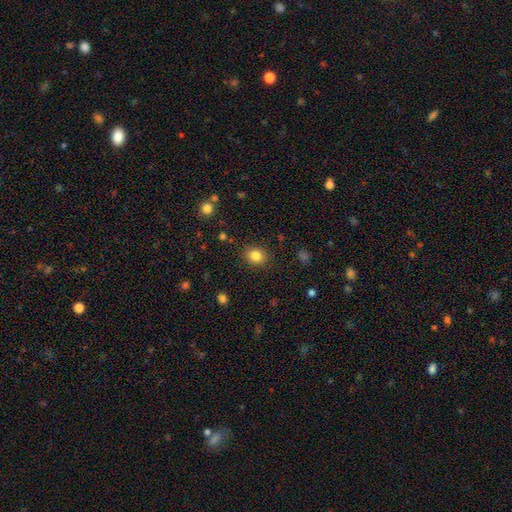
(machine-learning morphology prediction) This appears to be a smooth galaxy with no disk features (83%) that is round (70%). Merging: none (88%).